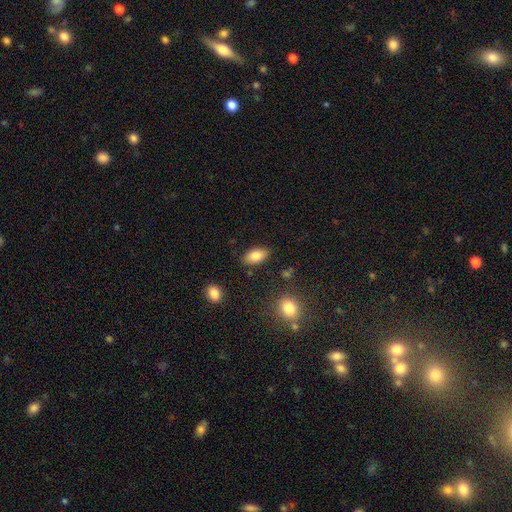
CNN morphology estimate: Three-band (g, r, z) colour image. It shows a smooth galaxy with no disk features (83%) that is in between round and cigar-shaped (92%). Merging: none (84%).